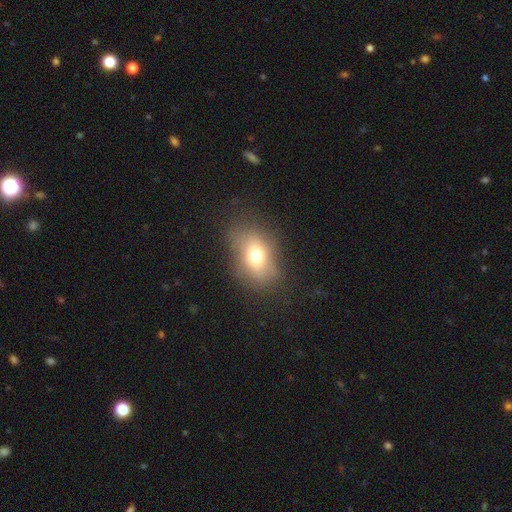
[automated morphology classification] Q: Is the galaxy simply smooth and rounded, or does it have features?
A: smooth — 68%.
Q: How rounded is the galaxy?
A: in between — 75%.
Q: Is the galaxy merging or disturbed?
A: none — 70%.